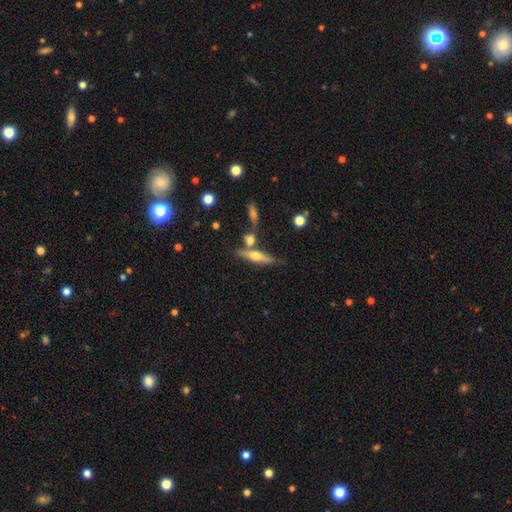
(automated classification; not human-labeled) featured or disk 58%, smooth 36%, star or artifact 7%. Down the decision tree: edge-on disk — yes (93%); edge-on bulge — rounded (90%); merging — none (65%).